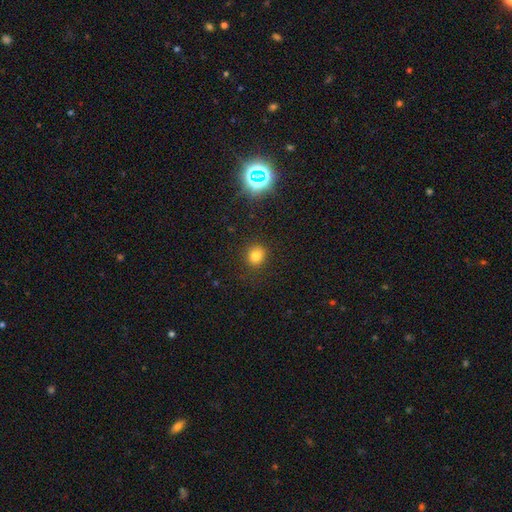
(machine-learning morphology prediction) Smooth or featured: smooth — 77% (star or artifact — 17%)
How rounded: round — 80% (in between — 19%)
Merging: none — 89% (minor disturbance — 7%)